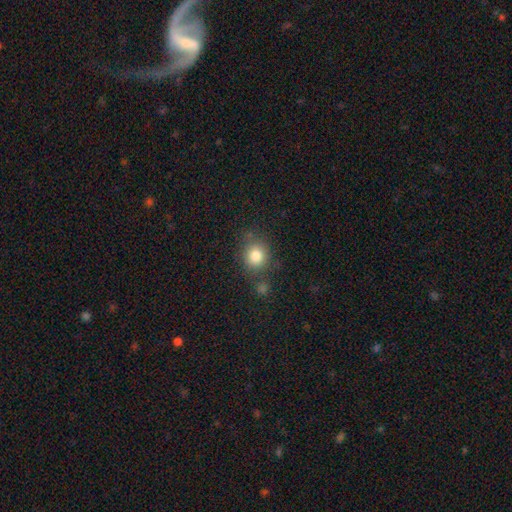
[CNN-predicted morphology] Q: Smooth or featured?
A: smooth (83%); runner-up: star or artifact (10%)
Q: How rounded?
A: round (78%); runner-up: in between (21%)
Q: Merging?
A: none (73%); runner-up: minor disturbance (14%)